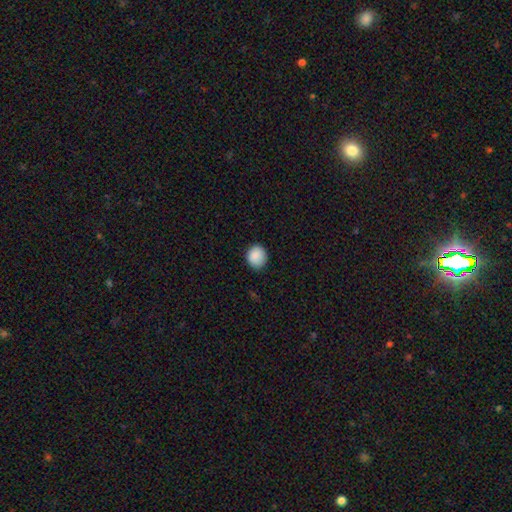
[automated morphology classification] Q: Smooth or featured?
A: smooth (89%); runner-up: star or artifact (8%)
Q: How rounded?
A: round (75%); runner-up: in between (24%)
Q: Merging?
A: none (85%); runner-up: minor disturbance (12%)